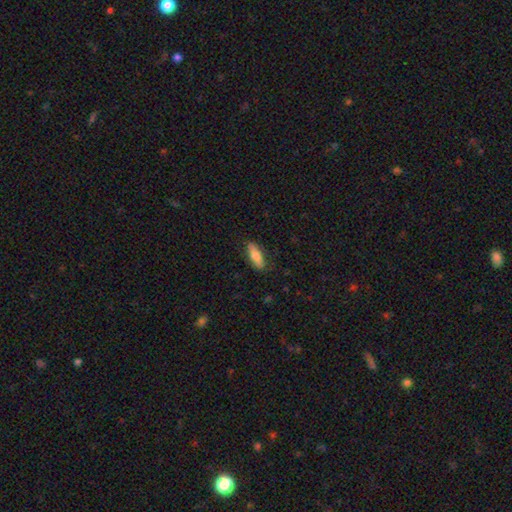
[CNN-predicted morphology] Overall: smooth (73%). How rounded: in between (57%; cigar-shaped 40%). Merging: none (83%).